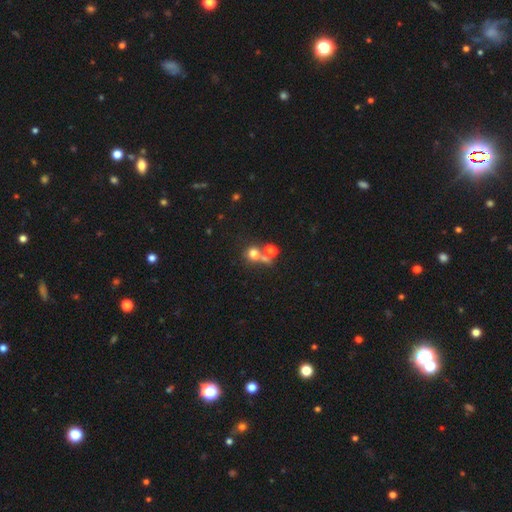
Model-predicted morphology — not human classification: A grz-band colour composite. It shows a smooth galaxy with no disk features (67%) that is round (67%). Merging: merger (45%).